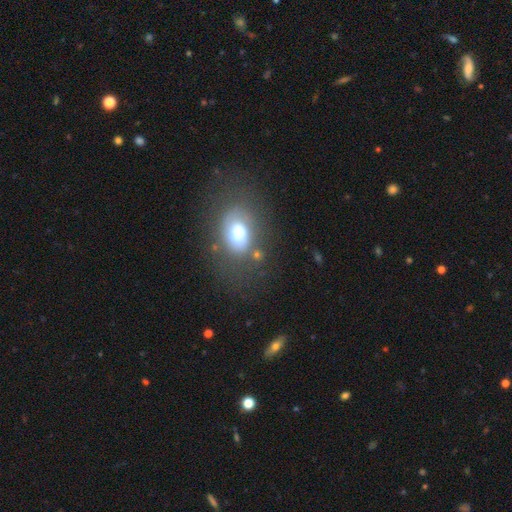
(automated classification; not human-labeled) The model was most divided on "smooth or featured": smooth: 64%, featured or disk: 22%, star or artifact: 14%. More confident: how rounded — in between (77%); merging — none (73%).